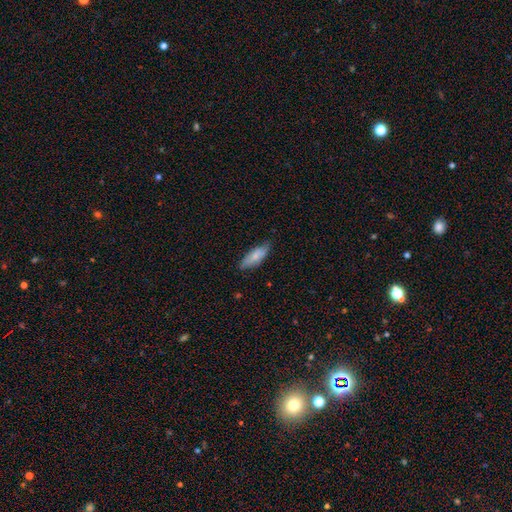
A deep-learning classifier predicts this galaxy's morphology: smooth_or_featured: smooth (p=0.75) [alt: featured or disk p=0.19]
how_rounded: in between (p=0.70) [alt: cigar-shaped p=0.28]
merging: none (p=0.73) [alt: minor disturbance p=0.22]